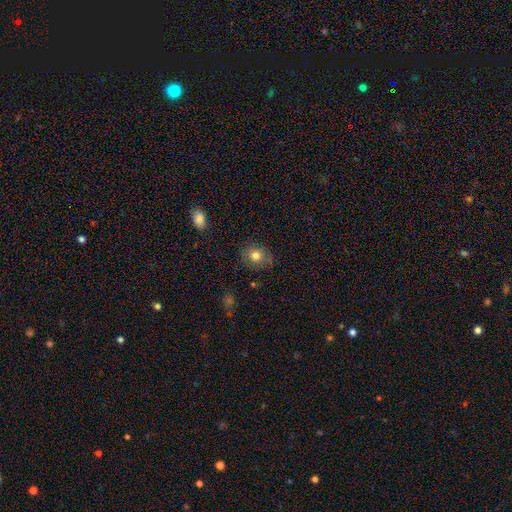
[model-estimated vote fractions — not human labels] A smooth galaxy with no disk features (75%) that is round (65%).

Vote fractions:
- Smooth or featured? smooth: 75% / featured or disk: 14% / star or artifact: 11%
- How rounded? round: 65% / in between: 34% / cigar-shaped: 1%
- Merging? none: 82% / minor disturbance: 13% / major disturbance: 3% / merger: 1%